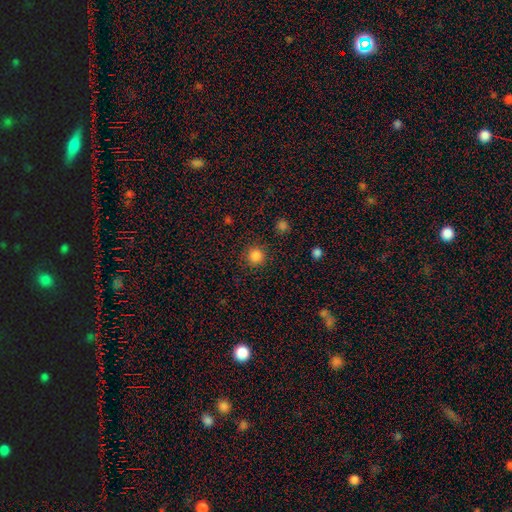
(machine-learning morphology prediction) This is clearly a smooth galaxy (85%). How rounded: clearly round (95%). Merging: clearly none (91%).